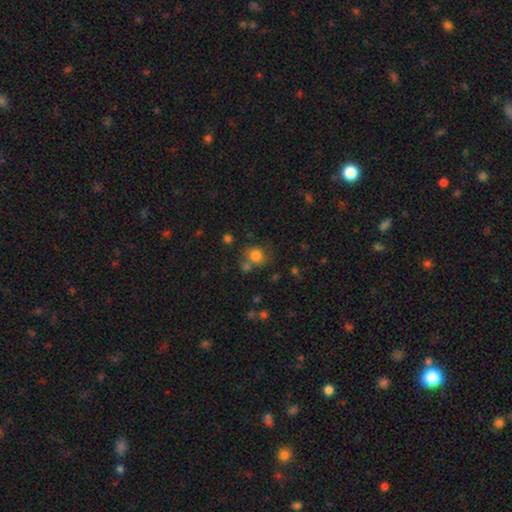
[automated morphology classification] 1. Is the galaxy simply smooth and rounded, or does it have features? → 80% smooth, 13% star or artifact, 8% featured or disk.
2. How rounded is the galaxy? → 80% round, 19% in between, 1% cigar-shaped.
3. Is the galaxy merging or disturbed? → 61% none, 19% merger, 14% minor disturbance, 6% major disturbance.